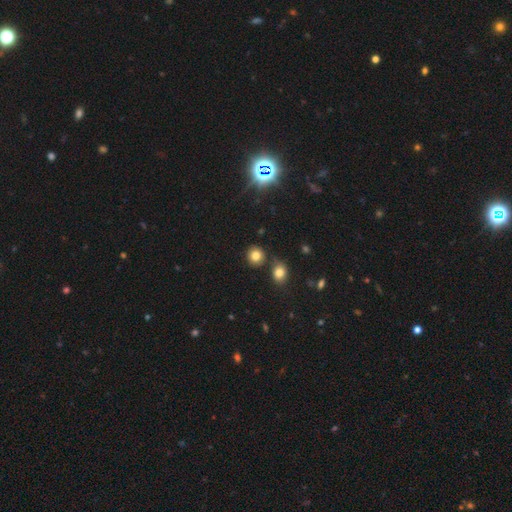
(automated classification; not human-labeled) Smooth or featured? smooth (80%)
How rounded? round (86%)
Merging? none (78%)